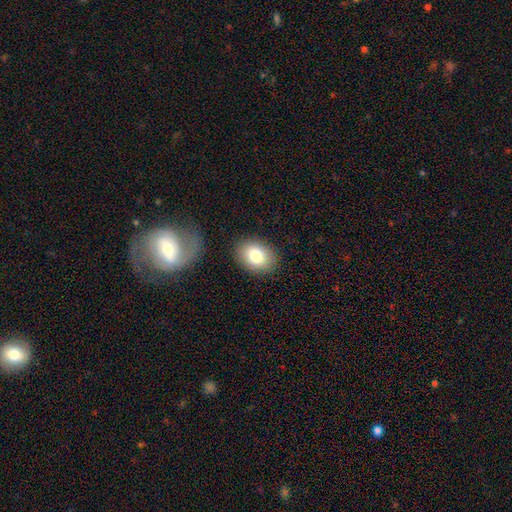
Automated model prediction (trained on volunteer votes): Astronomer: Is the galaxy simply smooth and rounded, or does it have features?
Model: smooth — 79%.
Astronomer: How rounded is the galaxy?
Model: in between — 66%.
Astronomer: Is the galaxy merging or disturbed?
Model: none — 86%.